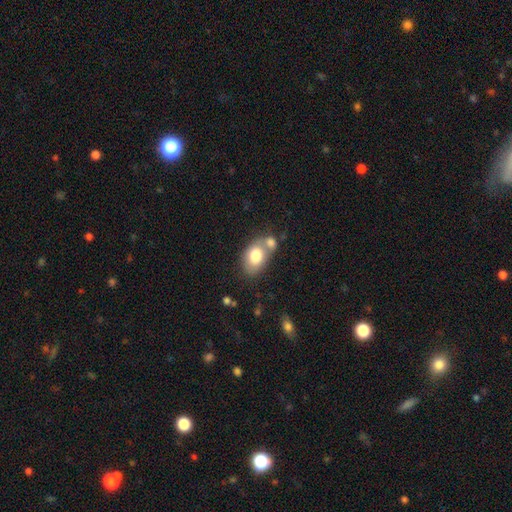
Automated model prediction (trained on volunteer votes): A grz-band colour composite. It shows a smooth galaxy with no disk features (76%) that is in between round and cigar-shaped (83%). Merging: none (41%).